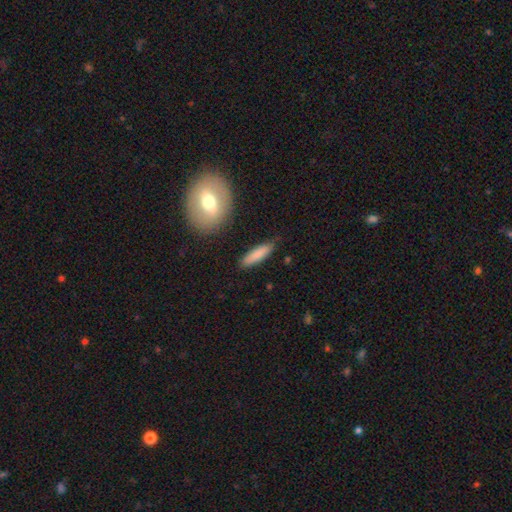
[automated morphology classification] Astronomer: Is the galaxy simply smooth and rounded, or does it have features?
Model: smooth — 82%.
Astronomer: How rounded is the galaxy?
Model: cigar-shaped — 66%.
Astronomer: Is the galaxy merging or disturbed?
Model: none — 82%.